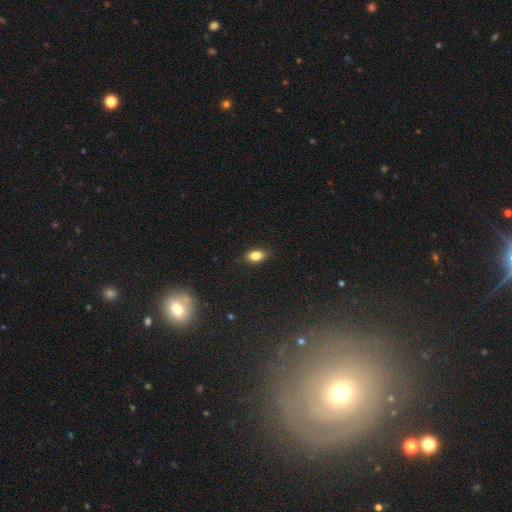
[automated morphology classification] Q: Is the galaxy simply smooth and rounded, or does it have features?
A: smooth — 83%.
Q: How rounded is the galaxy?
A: in between — 87%.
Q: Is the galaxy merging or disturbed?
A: none — 85%.